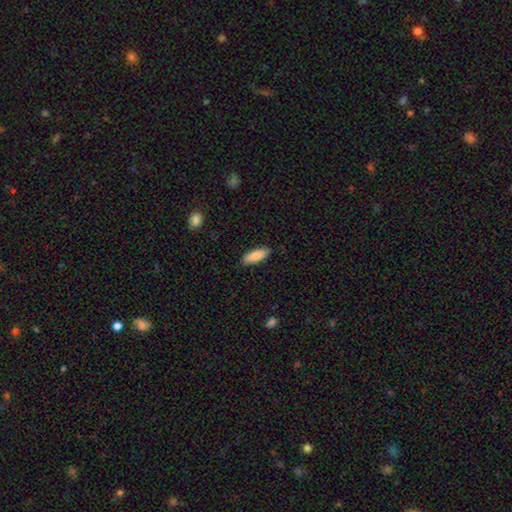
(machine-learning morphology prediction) type=smooth (86%); roundness=in between (72%); merging=none (87%).